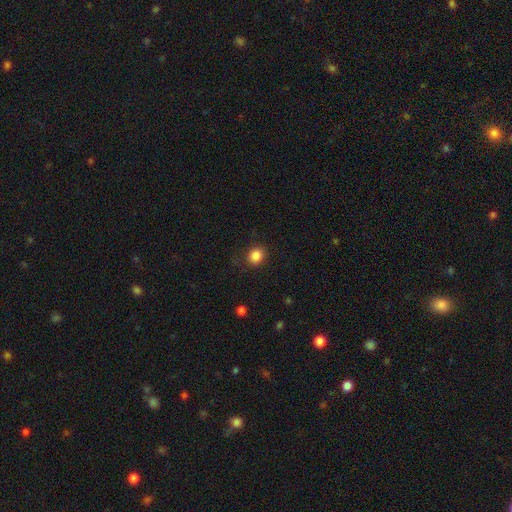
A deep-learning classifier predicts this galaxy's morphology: Overall: smooth (86%). How rounded: round (70%). Merging: none (84%).